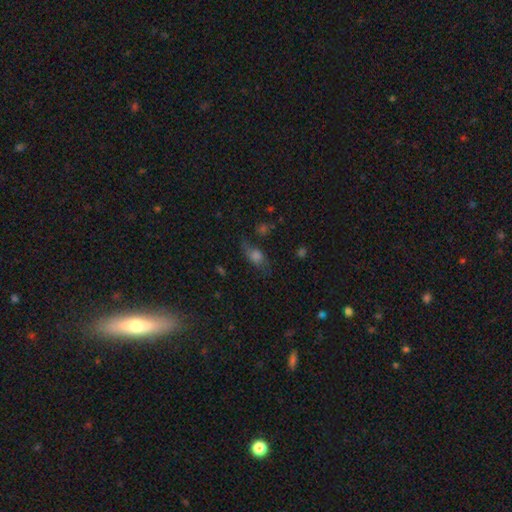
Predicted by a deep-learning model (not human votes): Morphology: type=smooth (48%); merging=none (60%).